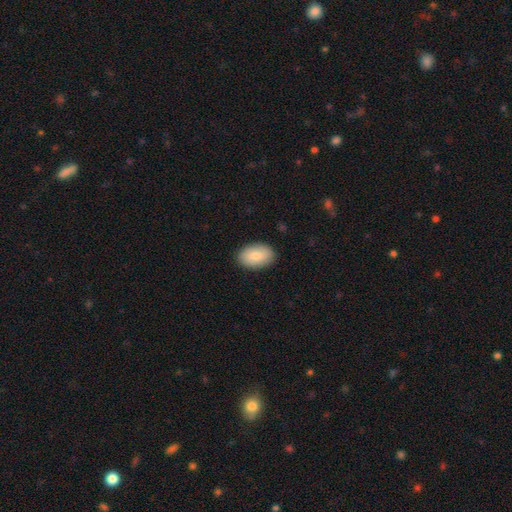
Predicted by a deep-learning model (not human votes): The model was most divided on "smooth or featured": smooth: 86%, featured or disk: 8%, star or artifact: 6%. More confident: how rounded — in between (92%); merging — none (88%).